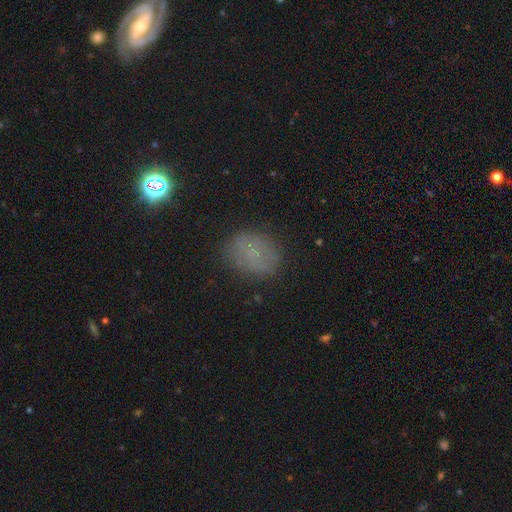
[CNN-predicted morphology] A smooth galaxy with no disk features (66%) that is in between round and cigar-shaped (52%).

Vote fractions:
- Smooth or featured? smooth: 66% / star or artifact: 21% / featured or disk: 14%
- How rounded? in between: 52% / round: 46% / cigar-shaped: 1%
- Merging? none: 80% / minor disturbance: 14% / major disturbance: 5% / merger: 1%